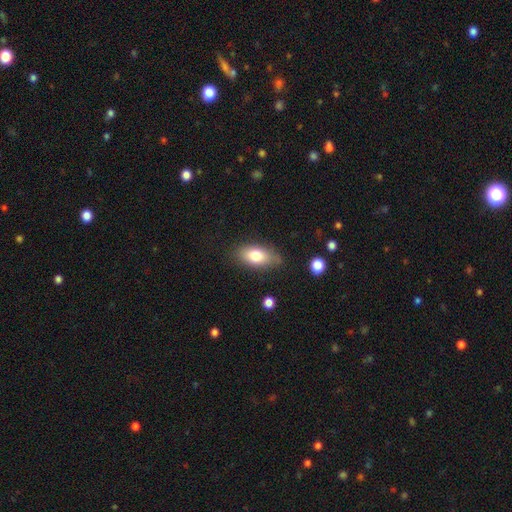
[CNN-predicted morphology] A smooth galaxy with no disk features (77%) that is in between round and cigar-shaped (88%).

Vote fractions:
- Smooth or featured? smooth: 77% / featured or disk: 16% / star or artifact: 8%
- How rounded? in between: 88% / cigar-shaped: 7% / round: 6%
- Merging? none: 75% / minor disturbance: 18% / major disturbance: 4% / merger: 2%